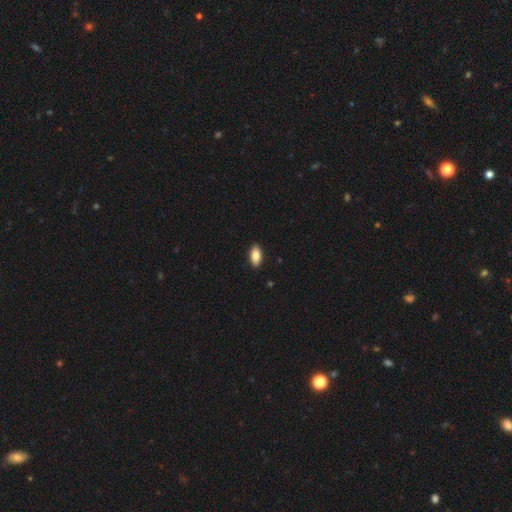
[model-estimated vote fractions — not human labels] Smooth or featured? Predicted: smooth (p=0.86). How rounded? Predicted: in between (p=0.90). Merging? Predicted: none (p=0.90).